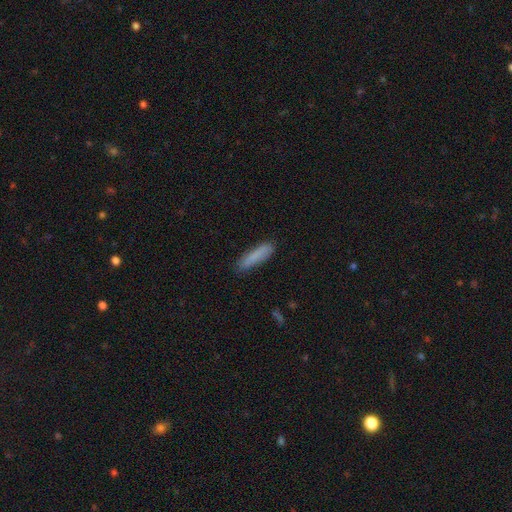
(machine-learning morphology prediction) Smooth or featured?
  - smooth: 83% *
  - featured or disk: 10%
  - star or artifact: 7%
How rounded?
  - cigar-shaped: 81% *
  - in between: 17%
  - round: 1%
Merging?
  - none: 85% *
  - minor disturbance: 12%
  - major disturbance: 2%
  - merger: 1%